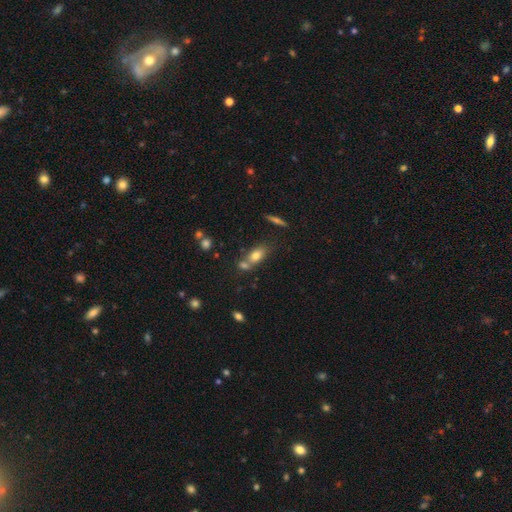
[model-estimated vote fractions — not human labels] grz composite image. It shows a smooth galaxy with no disk features (73%) that is in between round and cigar-shaped (74%). Merging: none (43%).